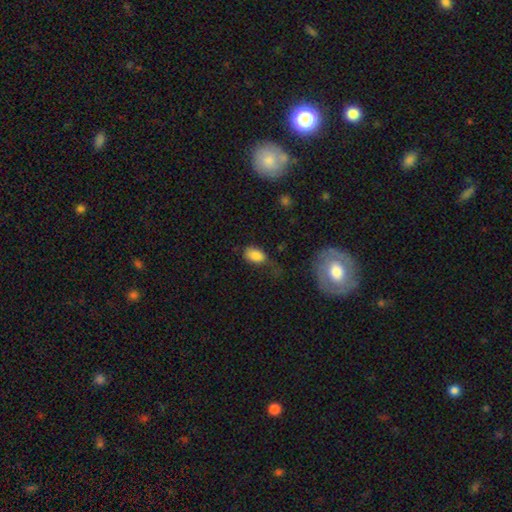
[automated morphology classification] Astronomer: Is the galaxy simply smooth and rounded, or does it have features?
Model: smooth — 85%.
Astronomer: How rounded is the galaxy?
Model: in between — 90%.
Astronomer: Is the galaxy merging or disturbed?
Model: none — 45% (runner-up: minor disturbance, 32%).